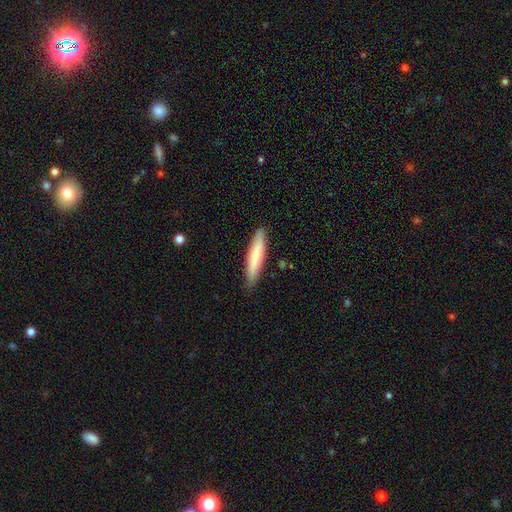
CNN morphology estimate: smooth 71%, featured or disk 23%, star or artifact 5%. Down the decision tree: how rounded — cigar-shaped (86%); merging — none (88%).